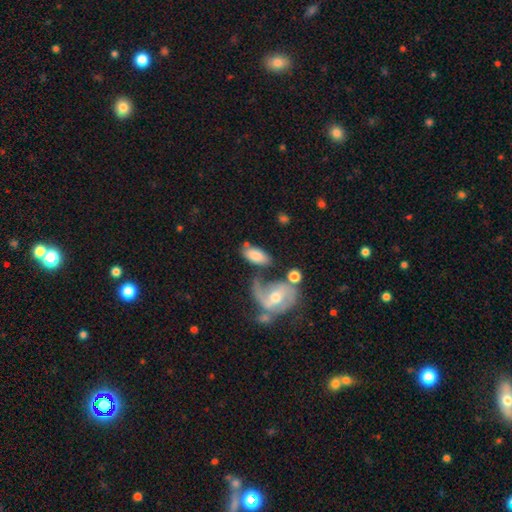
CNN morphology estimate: Smooth or featured?
  - smooth: 68% *
  - featured or disk: 25%
  - star or artifact: 7%
How rounded?
  - in between: 92% *
  - round: 5%
  - cigar-shaped: 3%
Merging?
  - none: 48% *
  - merger: 21%
  - minor disturbance: 20%
  - major disturbance: 12%